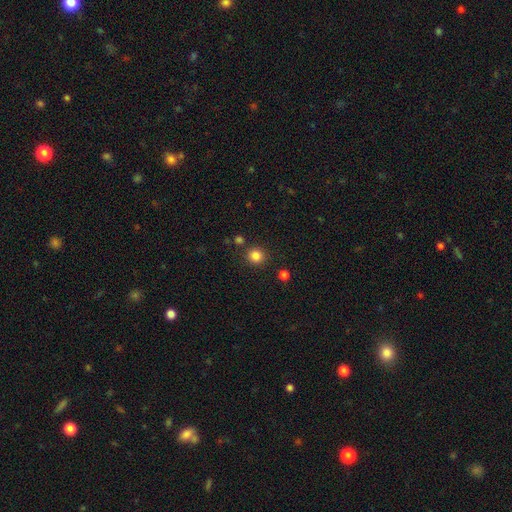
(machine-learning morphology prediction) smooth-or-featured: smooth: 84% | star or artifact: 12% | featured or disk: 4%
  how-rounded: round: 91% | in between: 8% | cigar-shaped: 1%
  merging: none: 86% | minor disturbance: 7% | merger: 4% | major disturbance: 3%